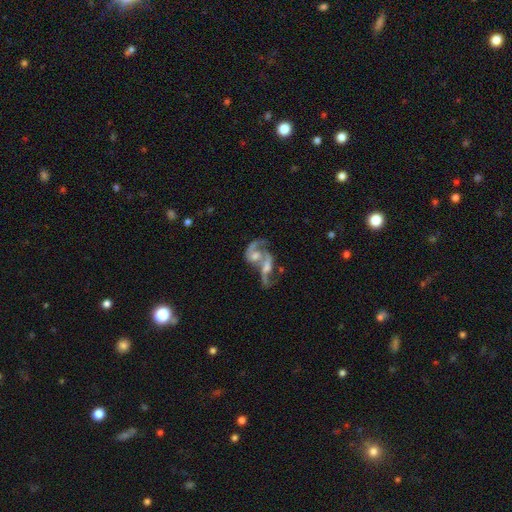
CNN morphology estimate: Smooth or featured? featured or disk (75%)
Edge-on disk? no (94%)
Bar? no (56%)
Spiral arms? yes (80%)
Spiral winding? loose (54%)
Spiral arm count? 2 (64%)
Bulge size? moderate (47%)
Merging? merger (69%)